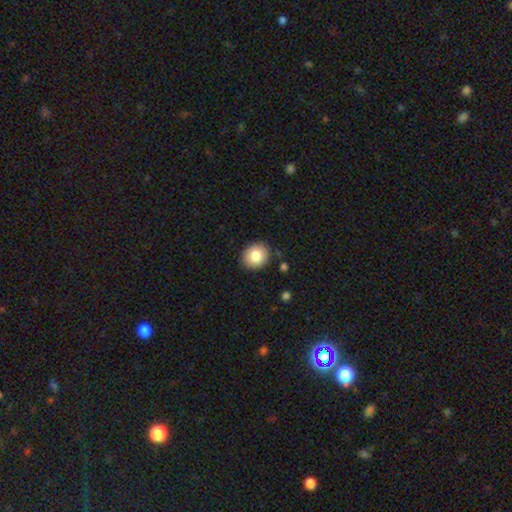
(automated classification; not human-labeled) The model was most divided on "how rounded": round: 69%, in between: 30%, cigar-shaped: 1%. More confident: merging — none (88%); smooth or featured — smooth (83%).